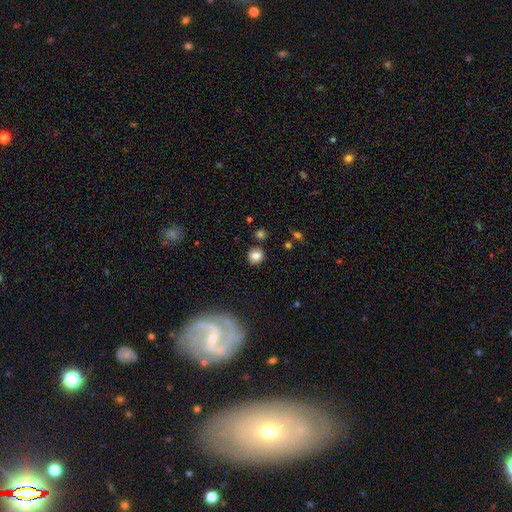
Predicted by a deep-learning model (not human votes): smooth_or_featured: smooth (p=0.82) [alt: star or artifact p=0.11]
how_rounded: round (p=0.77) [alt: in between p=0.22]
merging: none (p=0.83) [alt: minor disturbance p=0.10]